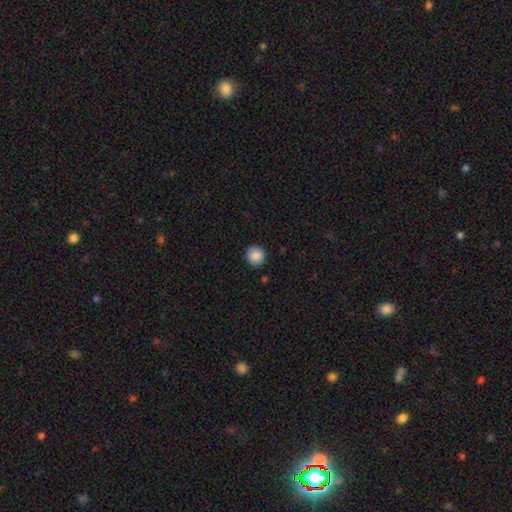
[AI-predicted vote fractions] A smooth galaxy with no disk features (88%) that is round (93%).

Vote fractions:
- Smooth or featured? smooth: 88% / star or artifact: 8% / featured or disk: 3%
- How rounded? round: 93% / in between: 6% / cigar-shaped: 1%
- Merging? none: 91% / minor disturbance: 6% / major disturbance: 2% / merger: 1%